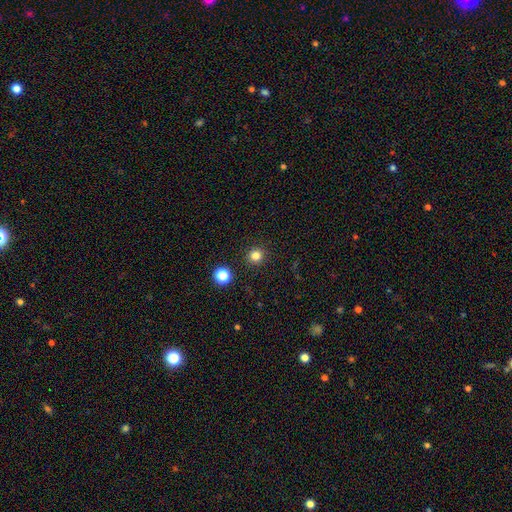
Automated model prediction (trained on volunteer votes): smooth-or-featured: smooth: 81% | star or artifact: 14% | featured or disk: 5%
  how-rounded: round: 94% | in between: 5% | cigar-shaped: 1%
  merging: none: 92% | minor disturbance: 5% | major disturbance: 2% | merger: 2%